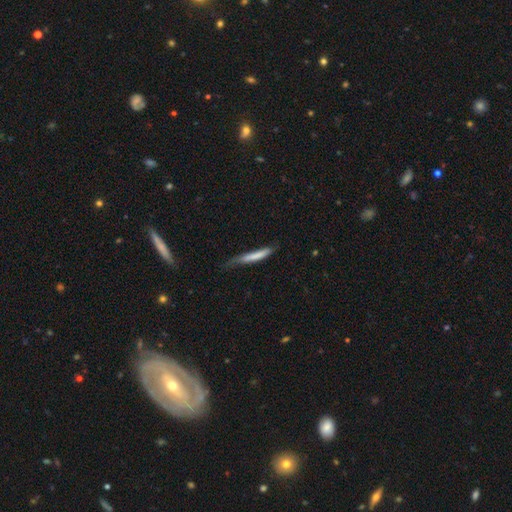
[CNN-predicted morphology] Smooth or featured: smooth — 72% (featured or disk — 22%)
How rounded: cigar-shaped — 93% (in between — 5%)
Merging: none — 49% (minor disturbance — 35%)